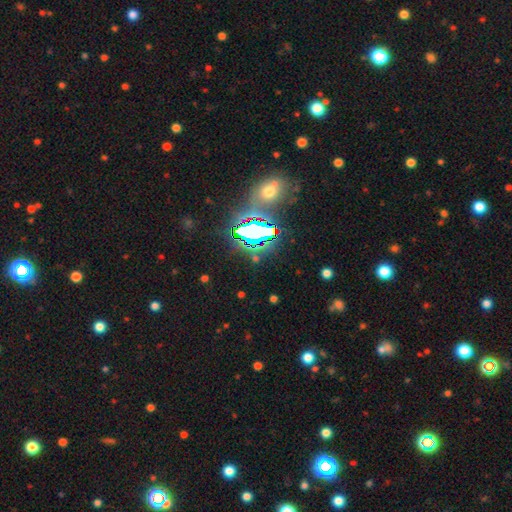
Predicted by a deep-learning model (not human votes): Smooth or featured? star or artifact (74%)